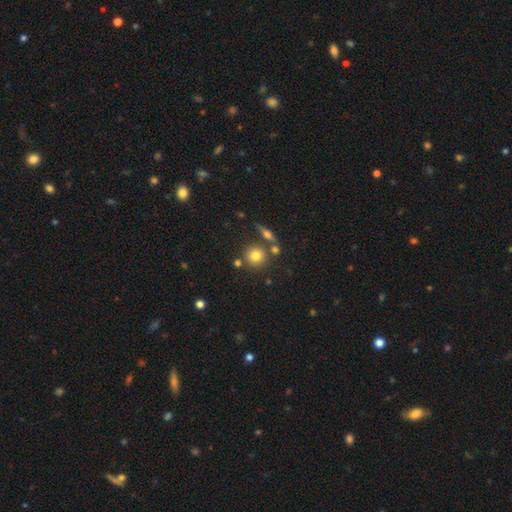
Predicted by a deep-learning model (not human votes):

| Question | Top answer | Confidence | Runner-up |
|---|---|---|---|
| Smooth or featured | smooth | 75% | featured or disk (13%) |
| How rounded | round | 89% | in between (9%) |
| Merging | none | 72% | merger (15%) |